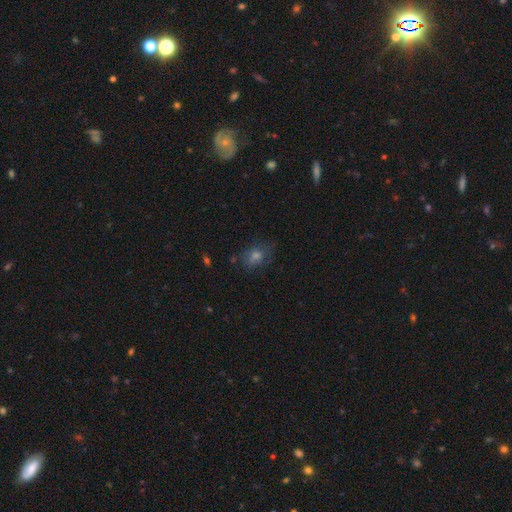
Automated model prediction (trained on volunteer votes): A smooth galaxy with no disk features (52%) that is in between round and cigar-shaped (59%).

Vote fractions:
- Smooth or featured? smooth: 52% / star or artifact: 24% / featured or disk: 23%
- How rounded? in between: 59% / round: 39% / cigar-shaped: 2%
- Merging? none: 71% / minor disturbance: 18% / major disturbance: 8% / merger: 2%